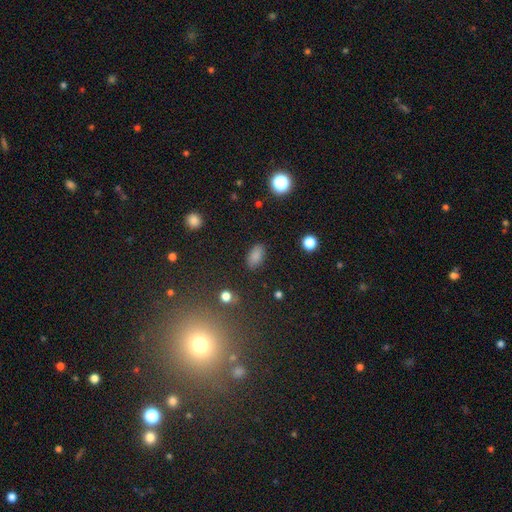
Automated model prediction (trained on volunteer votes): Morphology: type=smooth (84%); roundness=in between (92%); merging=none (86%).